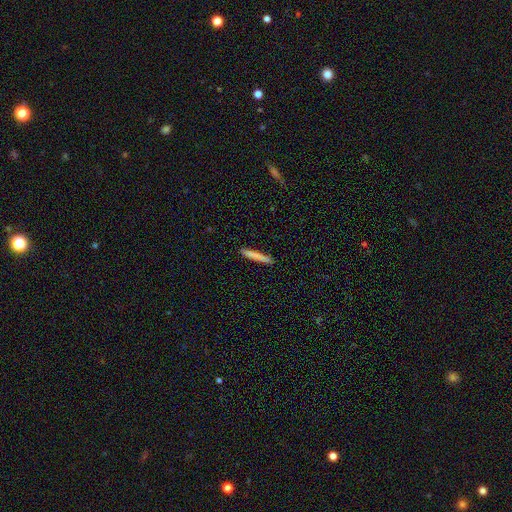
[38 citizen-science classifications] A smooth galaxy with no disk features (87%) that is cigar-shaped (91%).

Vote fractions:
- Smooth or featured? smooth: 87% / featured or disk: 11% / star or artifact: 3%
- How rounded? cigar-shaped: 91% / in between: 6% / round: 3%
- Merging? none: 95% / minor disturbance: 3% / major disturbance: 3% / merger: 0%